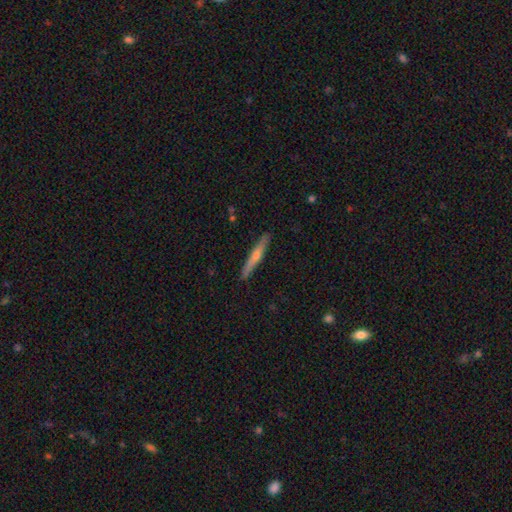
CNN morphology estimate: Smooth or featured: featured or disk — 63% (smooth — 29%)
Edge-on disk: yes — 96% (no — 4%)
Edge-on bulge: rounded — 82% (none — 14%)
Merging: none — 90% (minor disturbance — 7%)